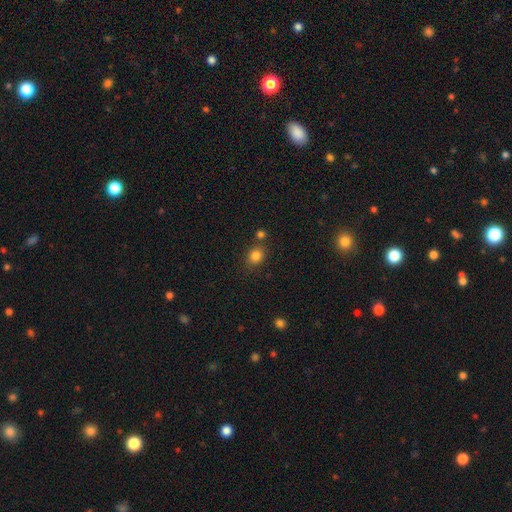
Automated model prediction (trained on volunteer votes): Smooth or featured?
  - smooth: 83% *
  - star or artifact: 12%
  - featured or disk: 5%
How rounded?
  - round: 68% *
  - in between: 31%
  - cigar-shaped: 1%
Merging?
  - none: 73% *
  - merger: 13%
  - minor disturbance: 11%
  - major disturbance: 3%